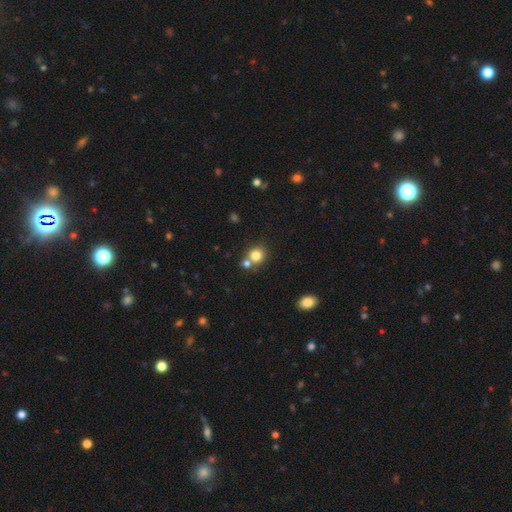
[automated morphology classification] smooth-or-featured: smooth: 80% | star or artifact: 12% | featured or disk: 7%
  how-rounded: round: 85% | in between: 14% | cigar-shaped: 1%
  merging: none: 61% | merger: 28% | minor disturbance: 8% | major disturbance: 3%